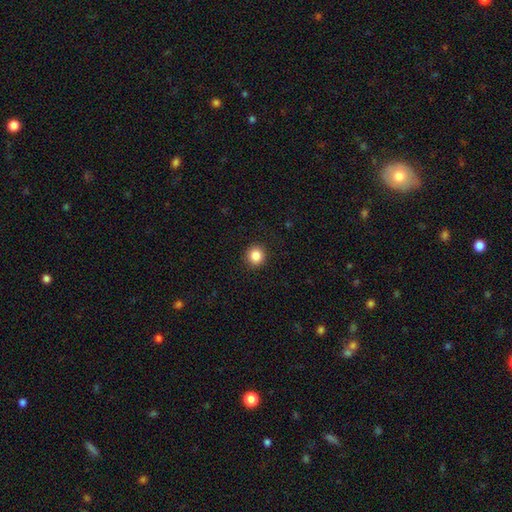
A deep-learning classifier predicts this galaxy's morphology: A smooth galaxy with no disk features (86%) that is round (92%). Merging: none (92%).